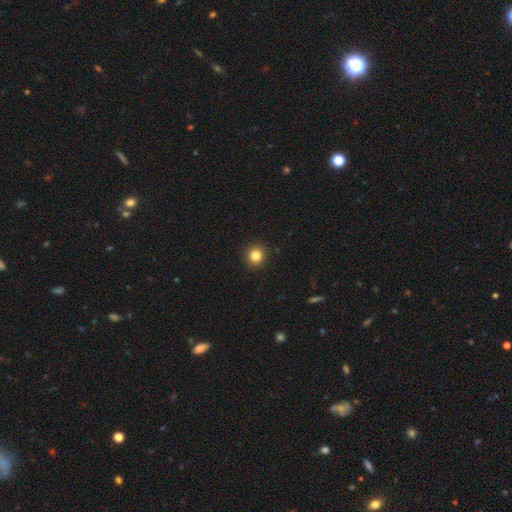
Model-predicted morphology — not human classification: Q: Smooth or featured?
A: smooth (84%); runner-up: star or artifact (11%)
Q: How rounded?
A: round (91%); runner-up: in between (8%)
Q: Merging?
A: none (93%); runner-up: minor disturbance (5%)